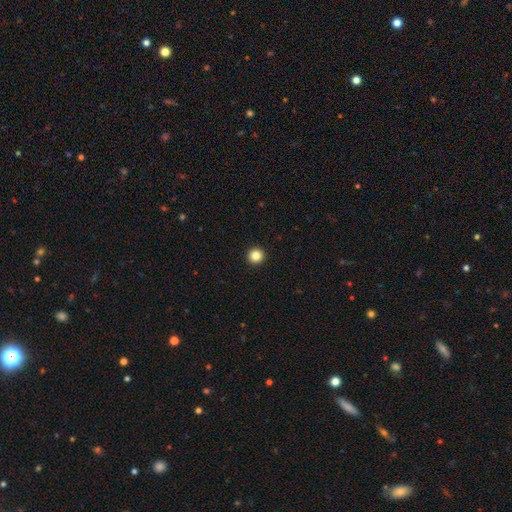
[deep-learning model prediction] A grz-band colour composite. It shows a smooth galaxy with no disk features (84%) that is round (96%). Merging: none (95%).